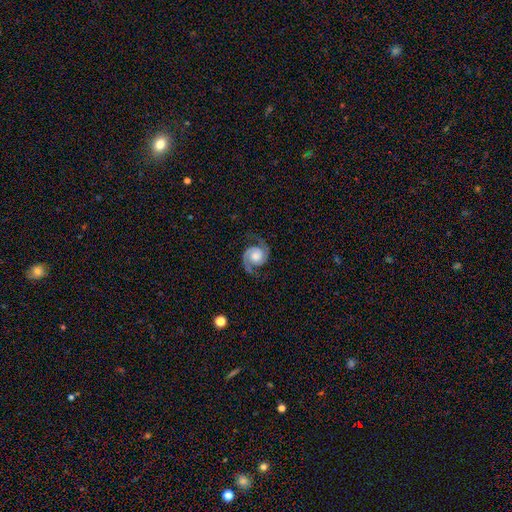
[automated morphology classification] Overall: featured or disk (90%). Edge-on disk: no (98%). Bar: no (72%). Spiral arms: yes (98%). Spiral arm count: 2 (94%). Spiral winding: medium (51%; tight 36%). Bulge size: moderate (43%; large 25%). Merging: none (79%).